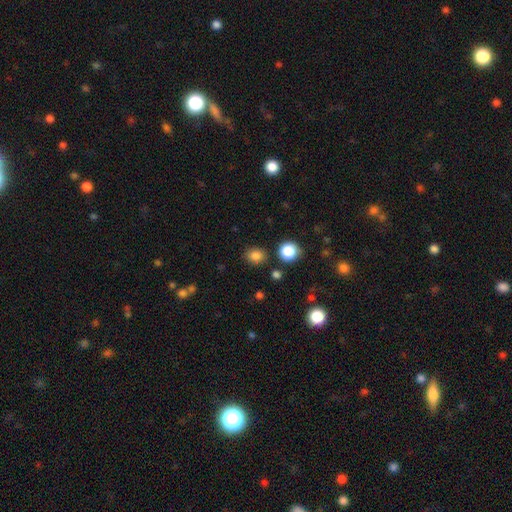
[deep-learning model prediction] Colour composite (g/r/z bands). It shows a smooth galaxy with no disk features (82%) that is round (62%). Merging: none (83%).